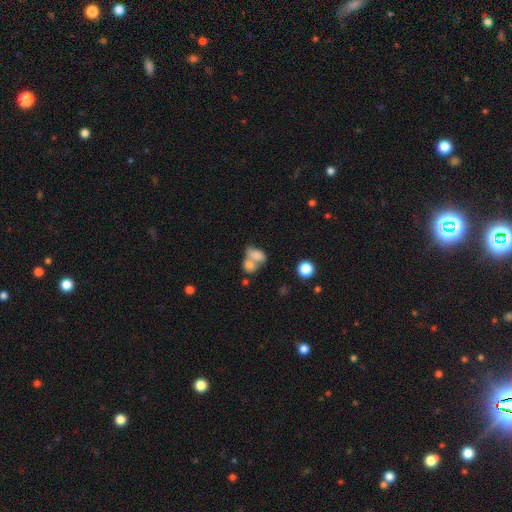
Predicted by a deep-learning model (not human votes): Smooth or featured? Predicted: smooth (p=0.78). How rounded? Predicted: in between (p=0.79). Merging? Predicted: merger (p=0.66).